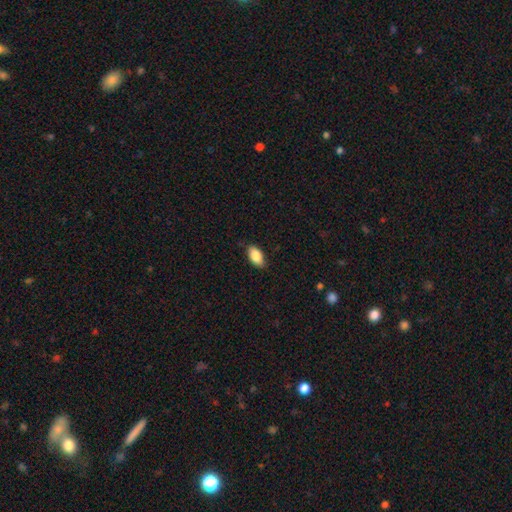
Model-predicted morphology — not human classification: A smooth galaxy with no disk features (86%) that is in between round and cigar-shaped (92%).

Vote fractions:
- Smooth or featured? smooth: 86% / featured or disk: 7% / star or artifact: 7%
- How rounded? in between: 92% / round: 4% / cigar-shaped: 3%
- Merging? none: 82% / minor disturbance: 14% / major disturbance: 2% / merger: 1%